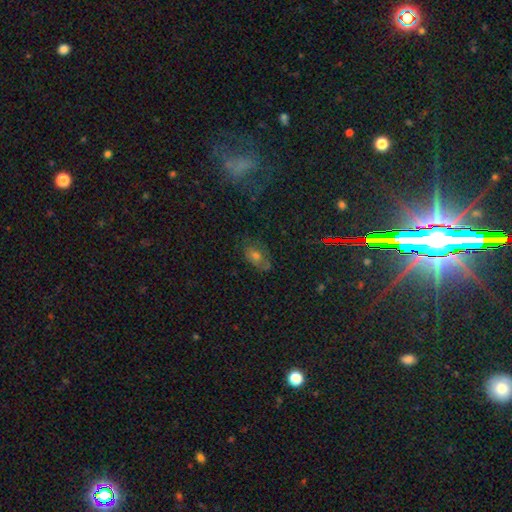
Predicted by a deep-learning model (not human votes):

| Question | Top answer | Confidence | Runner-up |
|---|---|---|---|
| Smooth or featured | smooth | 43% | featured or disk (29%) |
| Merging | none | 65% | minor disturbance (22%) |